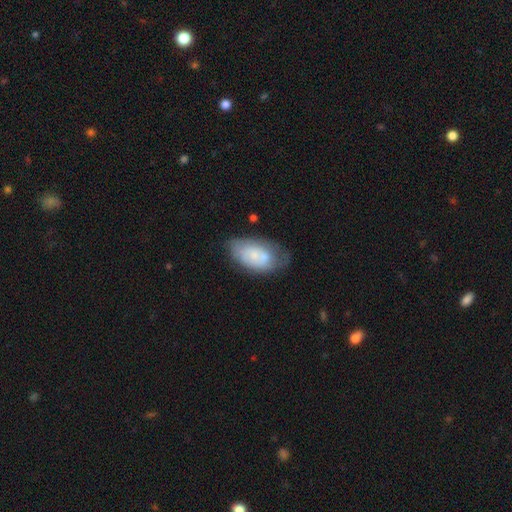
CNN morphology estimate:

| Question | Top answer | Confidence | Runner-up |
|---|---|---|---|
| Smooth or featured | smooth | 54% | featured or disk (39%) |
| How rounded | in between | 92% | round (6%) |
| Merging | none | 48% | minor disturbance (29%) |